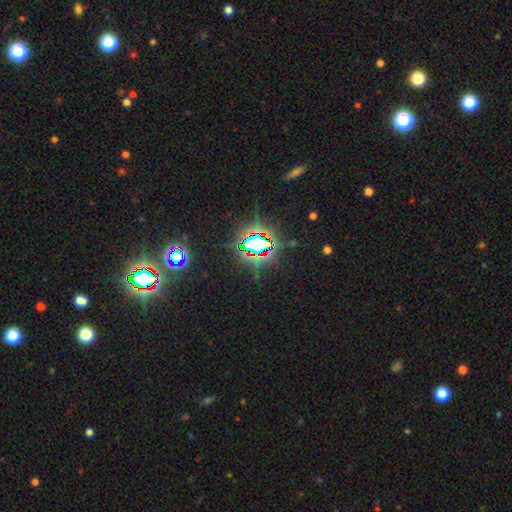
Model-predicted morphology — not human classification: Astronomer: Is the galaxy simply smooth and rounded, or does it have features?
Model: star or artifact — 78%.